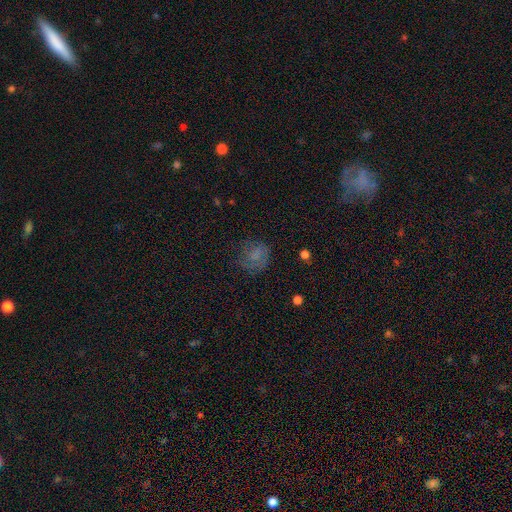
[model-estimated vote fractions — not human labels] A smooth galaxy with no disk features (56%) that is round (70%). Merging: none (57%).